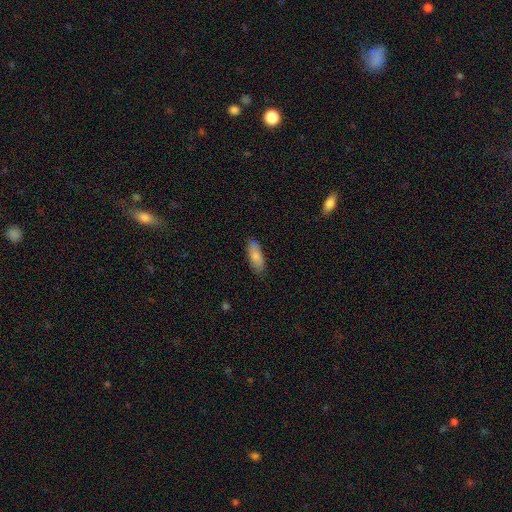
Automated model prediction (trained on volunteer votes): smooth 84%, featured or disk 10%, star or artifact 6%. Down the decision tree: how rounded — in between (75%); merging — none (83%).